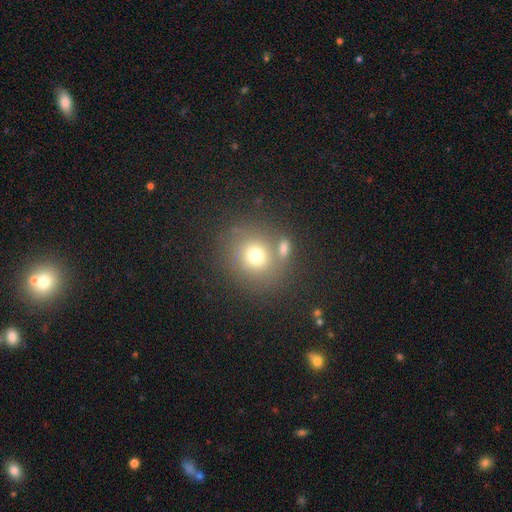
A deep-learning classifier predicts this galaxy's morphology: Smooth or featured?
  - smooth: 70% *
  - featured or disk: 16%
  - star or artifact: 14%
How rounded?
  - round: 82% *
  - in between: 17%
  - cigar-shaped: 1%
Merging?
  - none: 63% *
  - merger: 20%
  - minor disturbance: 11%
  - major disturbance: 6%